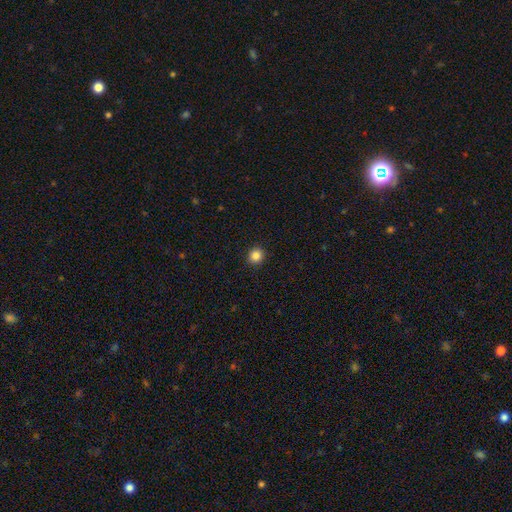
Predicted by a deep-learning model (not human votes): A smooth galaxy with no disk features (85%) that is round (92%). Merging: none (93%).